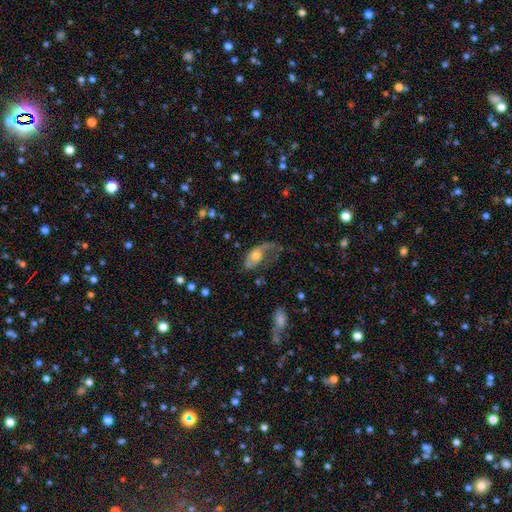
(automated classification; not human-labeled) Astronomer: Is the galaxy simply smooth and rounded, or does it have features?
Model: featured or disk — 49% (runner-up: smooth, 42%).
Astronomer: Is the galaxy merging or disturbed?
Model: major disturbance — 48% (runner-up: none, 25%).